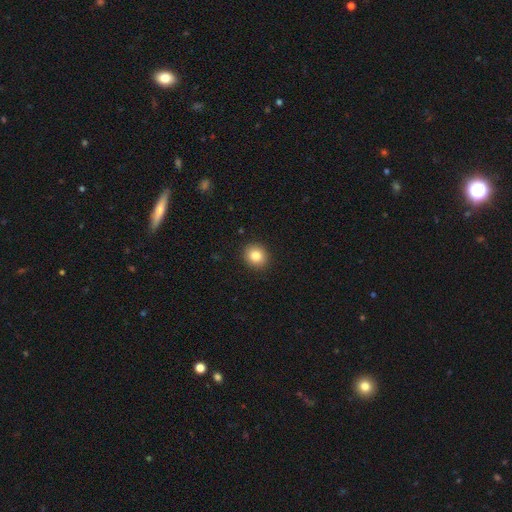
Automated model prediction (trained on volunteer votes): Smooth or featured: smooth — 83% (star or artifact — 10%)
How rounded: round — 78% (in between — 21%)
Merging: none — 91% (minor disturbance — 6%)